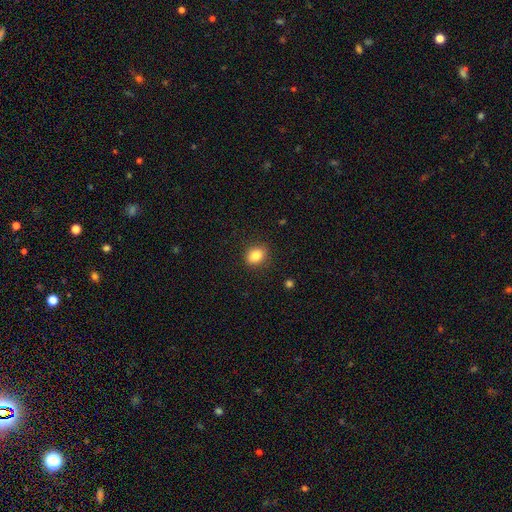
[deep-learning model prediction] This appears to be a smooth galaxy with no disk features (84%) that is in between round and cigar-shaped (61%). Merging: none (87%).